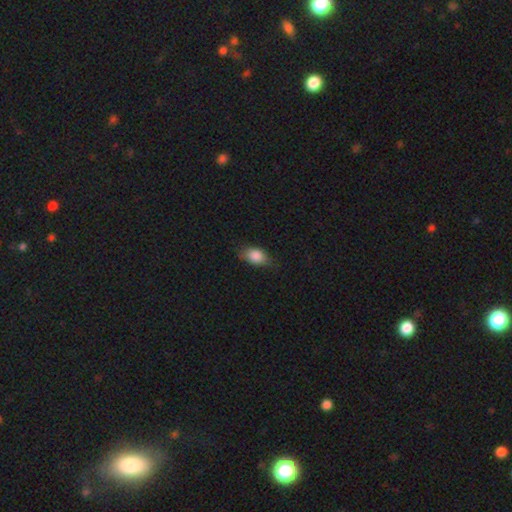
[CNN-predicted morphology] This appears to be a smooth galaxy with no disk features (85%) that is in between round and cigar-shaped (86%). Merging: none (72%).